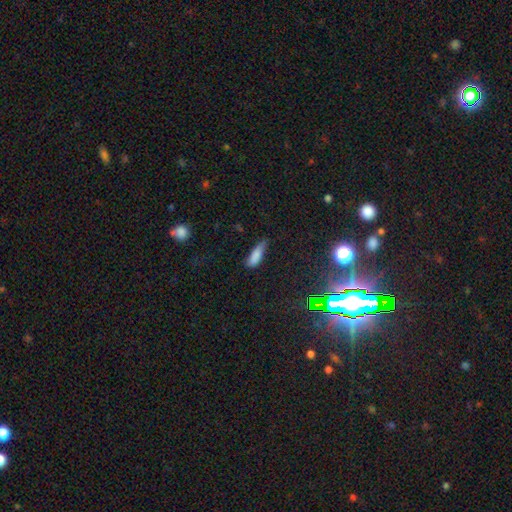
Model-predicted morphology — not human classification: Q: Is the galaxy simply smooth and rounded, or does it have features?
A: smooth — 80%.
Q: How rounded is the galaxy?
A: cigar-shaped — 51%.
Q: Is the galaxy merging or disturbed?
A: none — 46%.